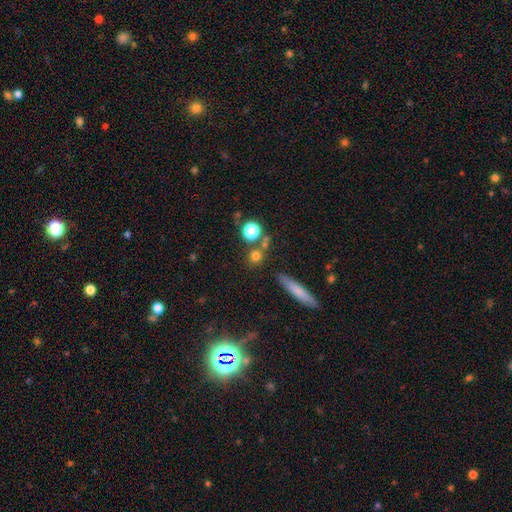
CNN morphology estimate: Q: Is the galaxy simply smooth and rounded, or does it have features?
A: smooth — 73%.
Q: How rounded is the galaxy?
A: round — 84%.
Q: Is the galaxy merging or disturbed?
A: none — 69%.